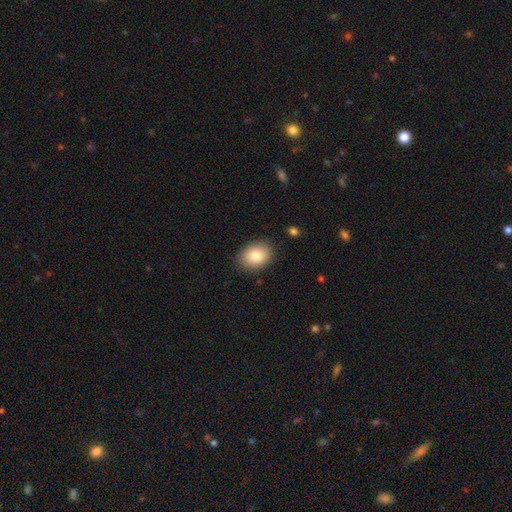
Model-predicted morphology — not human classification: smooth-or-featured: smooth: 83% | featured or disk: 9% | star or artifact: 8%
  how-rounded: in between: 67% | round: 33% | cigar-shaped: 1%
  merging: none: 86% | minor disturbance: 10% | major disturbance: 2% | merger: 1%